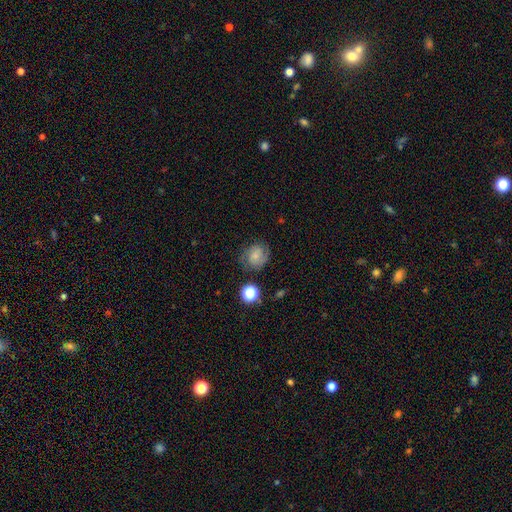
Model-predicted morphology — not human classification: Smooth or featured: featured or disk — 51% (smooth — 37%)
Edge-on disk: no — 98% (yes — 2%)
Merging: none — 71% (minor disturbance — 19%)